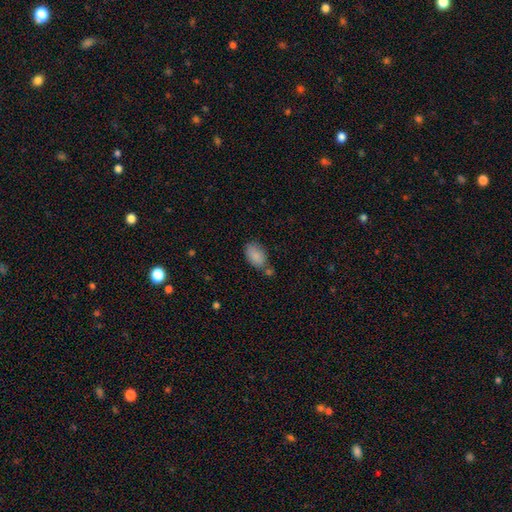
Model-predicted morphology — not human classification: Smooth or featured: smooth — 86% (star or artifact — 7%)
How rounded: in between — 91% (round — 7%)
Merging: none — 61% (minor disturbance — 20%)